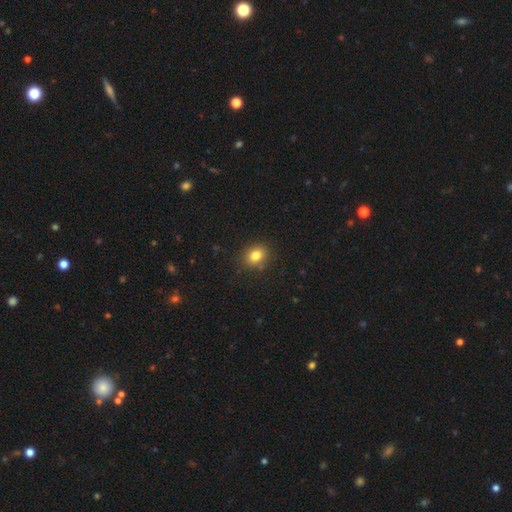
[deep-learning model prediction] Q: Smooth or featured?
A: smooth (81%); runner-up: star or artifact (12%)
Q: How rounded?
A: round (57%); runner-up: in between (42%)
Q: Merging?
A: none (85%); runner-up: minor disturbance (10%)